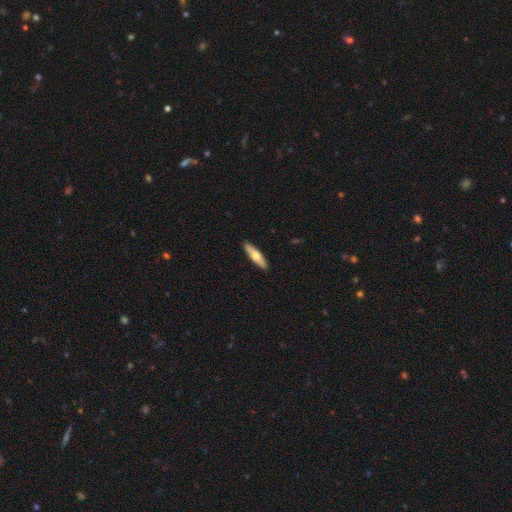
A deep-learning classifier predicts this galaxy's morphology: A smooth galaxy with no disk features (56%) that is cigar-shaped (66%).

Vote fractions:
- Smooth or featured? smooth: 56% / featured or disk: 39% / star or artifact: 5%
- How rounded? cigar-shaped: 66% / in between: 32% / round: 2%
- Merging? none: 91% / minor disturbance: 7% / major disturbance: 1% / merger: 1%